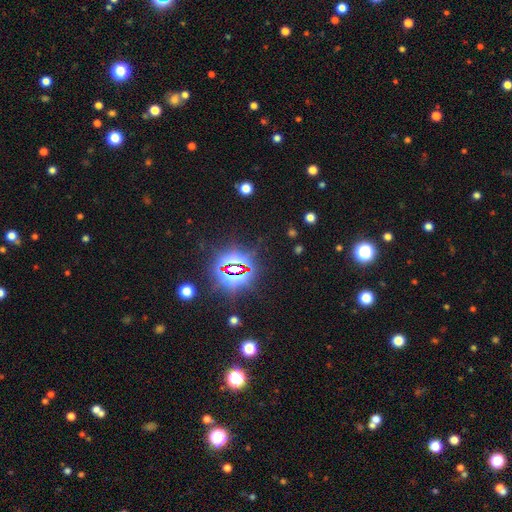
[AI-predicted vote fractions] smooth-or-featured: star or artifact: 79% | smooth: 14% | featured or disk: 7%